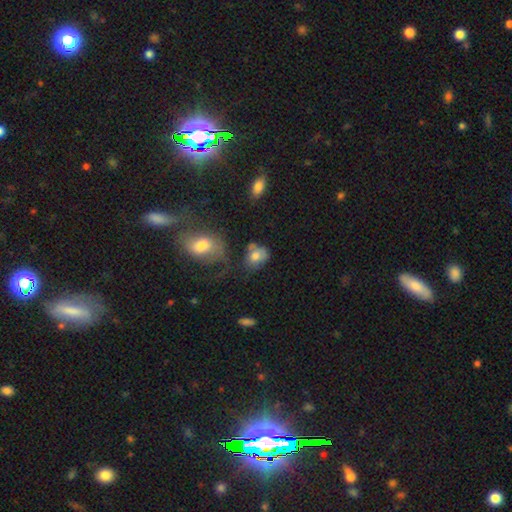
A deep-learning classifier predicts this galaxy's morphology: A smooth galaxy with no disk features (71%) that is in between round and cigar-shaped (57%).

Vote fractions:
- Smooth or featured? smooth: 71% / featured or disk: 19% / star or artifact: 10%
- How rounded? in between: 57% / round: 42% / cigar-shaped: 1%
- Merging? none: 38% / minor disturbance: 25% / major disturbance: 19% / merger: 18%